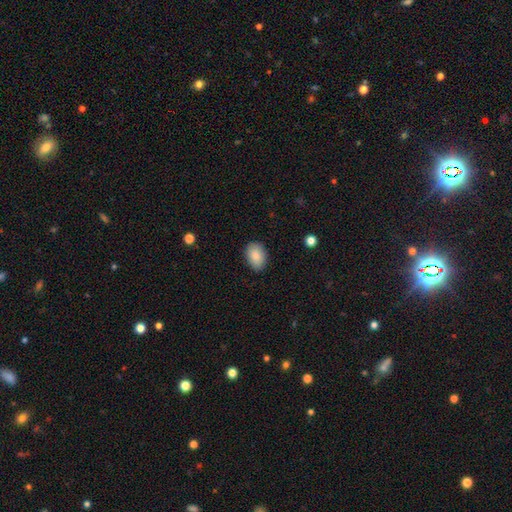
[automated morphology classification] smooth-or-featured: smooth: 87% | star or artifact: 7% | featured or disk: 6%
  how-rounded: in between: 84% | round: 15% | cigar-shaped: 1%
  merging: none: 85% | minor disturbance: 12% | major disturbance: 2% | merger: 1%